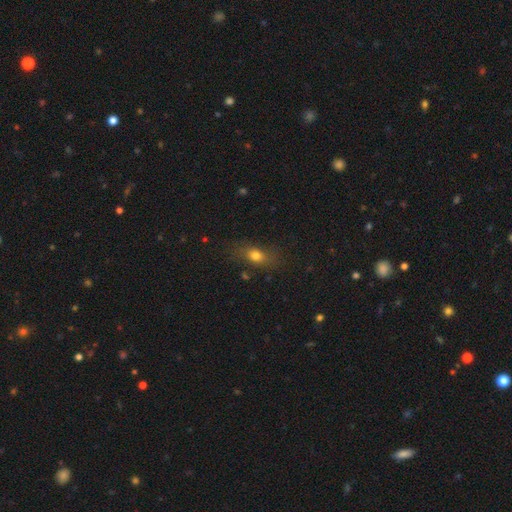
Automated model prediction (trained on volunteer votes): smooth_or_featured: smooth (p=0.73) [alt: star or artifact p=0.14]
how_rounded: in between (p=0.63) [alt: round p=0.27]
merging: none (p=0.72) [alt: minor disturbance p=0.18]